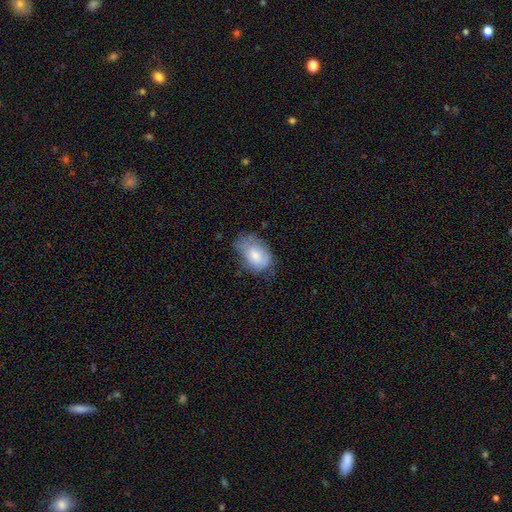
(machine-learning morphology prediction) The model was most divided on "merging": none: 46%, minor disturbance: 37%, major disturbance: 15%, merger: 2%. More confident: how rounded — in between (87%); smooth or featured — smooth (71%).